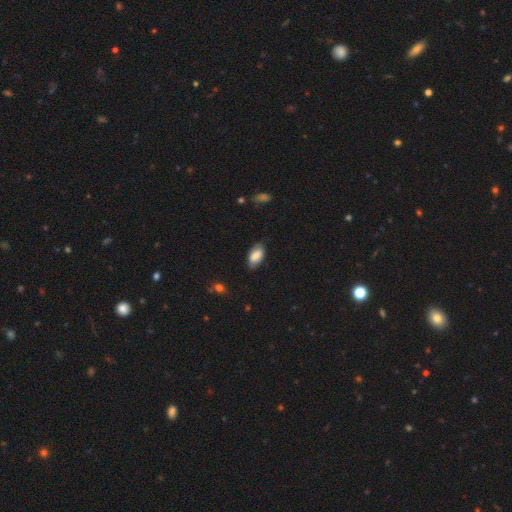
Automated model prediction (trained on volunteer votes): This appears to be a smooth galaxy with no disk features (79%) that is in between round and cigar-shaped (94%). Merging: none (78%).